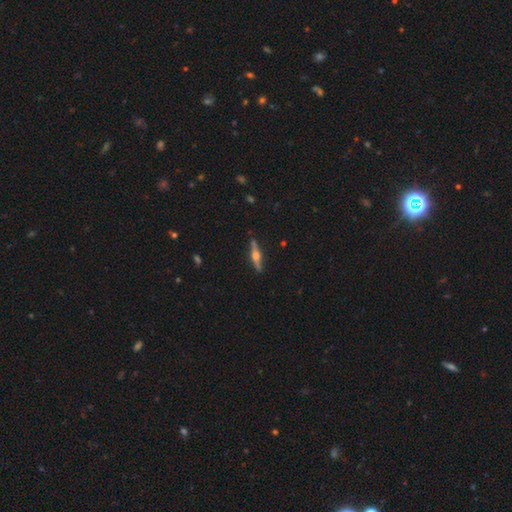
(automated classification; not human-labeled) Smooth or featured? Predicted: featured or disk (p=0.72). Edge-on disk? Predicted: yes (p=0.97). Edge-on bulge? Predicted: rounded (p=0.94). Merging? Predicted: none (p=0.88).